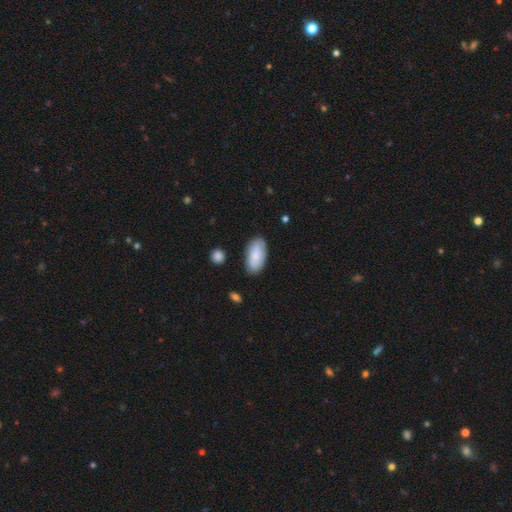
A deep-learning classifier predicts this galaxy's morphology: A smooth galaxy with no disk features (81%) that is in between round and cigar-shaped (93%). Merging: none (83%).